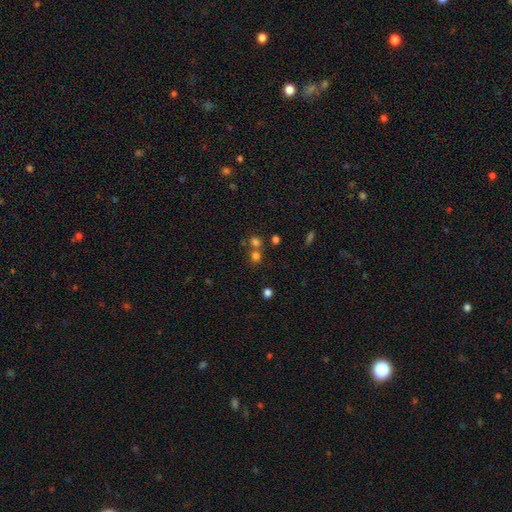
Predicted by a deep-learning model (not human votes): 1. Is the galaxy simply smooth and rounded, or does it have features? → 70% smooth, 21% star or artifact, 9% featured or disk.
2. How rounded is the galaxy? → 86% round, 13% in between, 1% cigar-shaped.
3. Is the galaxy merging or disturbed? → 55% none, 36% merger, 6% minor disturbance, 3% major disturbance.